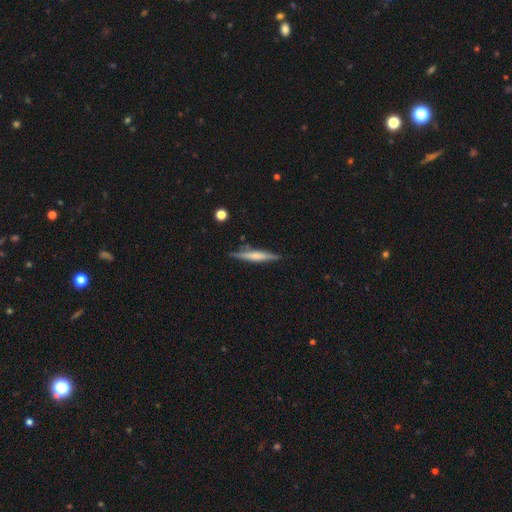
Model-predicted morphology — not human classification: smooth_or_featured: featured or disk (p=0.47) [tied with: smooth p=0.47]
merging: none (p=0.84) [alt: minor disturbance p=0.11]